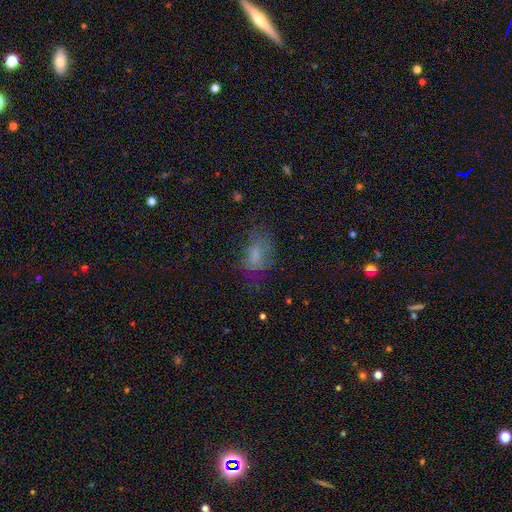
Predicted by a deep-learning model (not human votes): This appears to be a smooth galaxy with no disk features (65%) that is in between round and cigar-shaped (86%). Merging: none (57%).